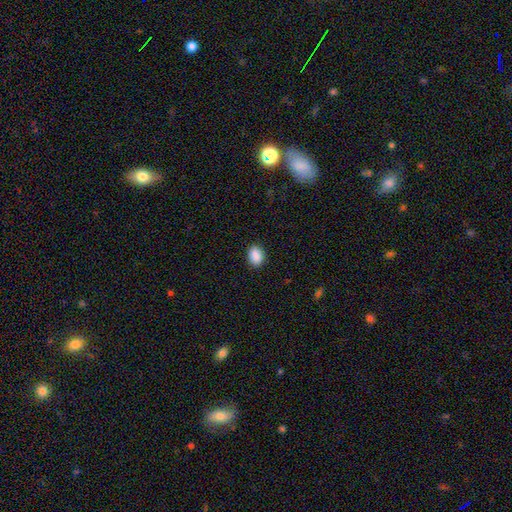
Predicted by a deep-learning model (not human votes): smooth_or_featured: smooth (p=0.89) [alt: star or artifact p=0.08]
how_rounded: in between (p=0.70) [alt: round p=0.28]
merging: none (p=0.89) [alt: minor disturbance p=0.08]